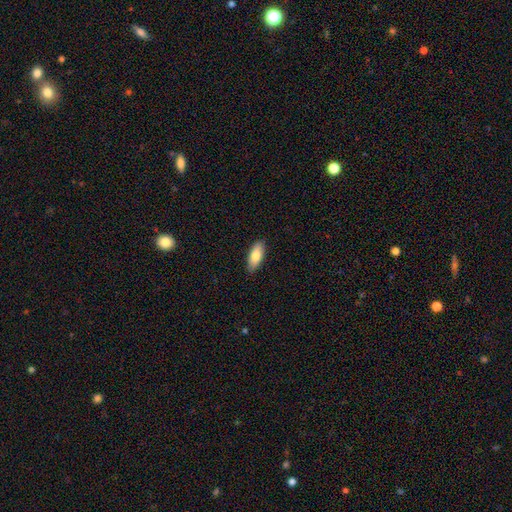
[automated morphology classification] The model was most divided on "smooth or featured": smooth: 79%, featured or disk: 15%, star or artifact: 6%. More confident: merging — none (88%); how rounded — in between (81%).